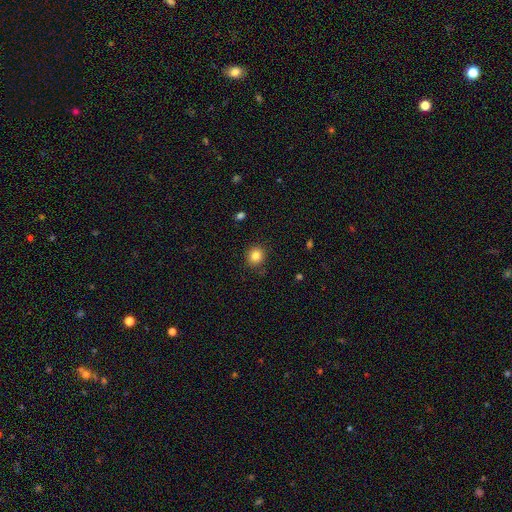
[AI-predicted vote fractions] Overall: smooth (83%). How rounded: round (87%). Merging: none (89%).